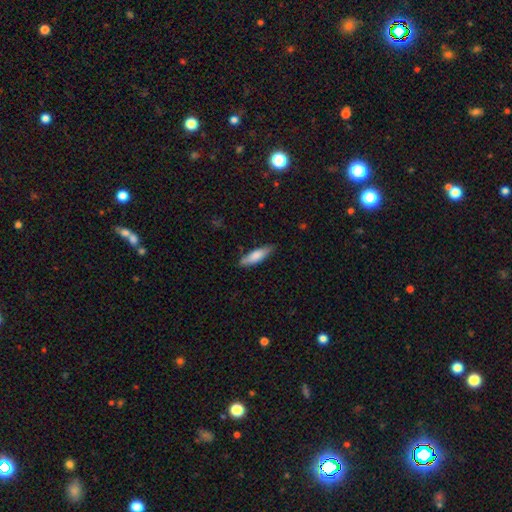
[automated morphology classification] Smooth or featured? Predicted: smooth (p=0.76). How rounded? Predicted: cigar-shaped (p=0.56). Merging? Predicted: none (p=0.79).